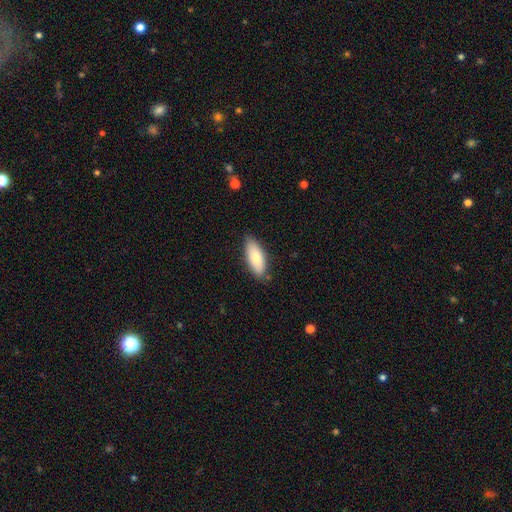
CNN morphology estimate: Smooth or featured: smooth — 80% (featured or disk — 14%)
How rounded: in between — 75% (cigar-shaped — 23%)
Merging: none — 82% (minor disturbance — 15%)